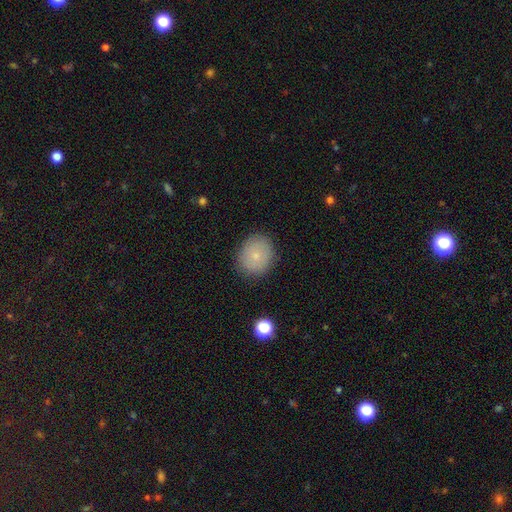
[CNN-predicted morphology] This is likely a smooth galaxy (77%). How rounded: likely round (72%). Merging: clearly none (86%).